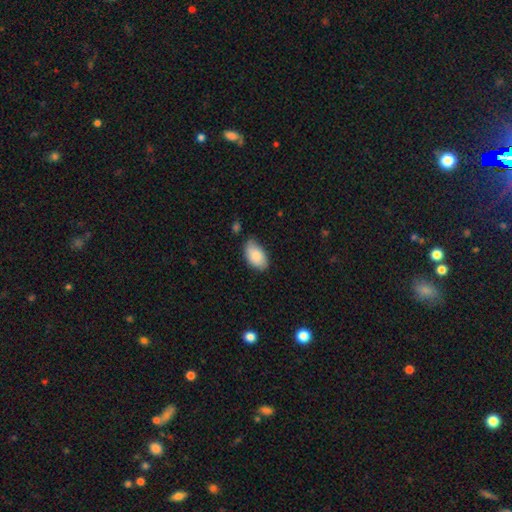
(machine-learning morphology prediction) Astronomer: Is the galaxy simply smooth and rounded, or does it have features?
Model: smooth — 86%.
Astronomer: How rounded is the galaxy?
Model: in between — 95%.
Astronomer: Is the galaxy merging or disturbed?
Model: none — 72%.